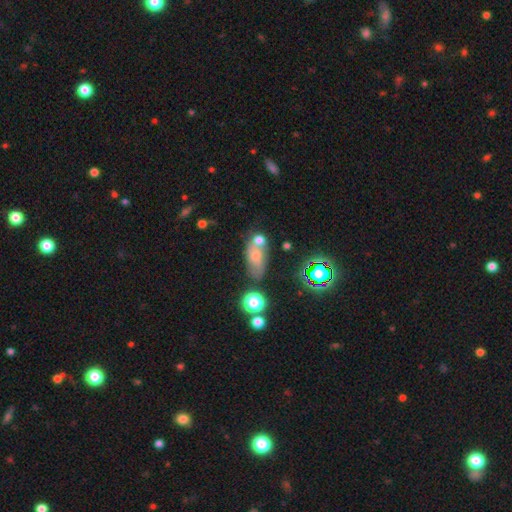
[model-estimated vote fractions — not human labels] smooth_or_featured: smooth (p=0.53) [alt: featured or disk p=0.25]
how_rounded: in between (p=0.72) [alt: cigar-shaped p=0.15]
merging: none (p=0.51) [alt: merger p=0.20]